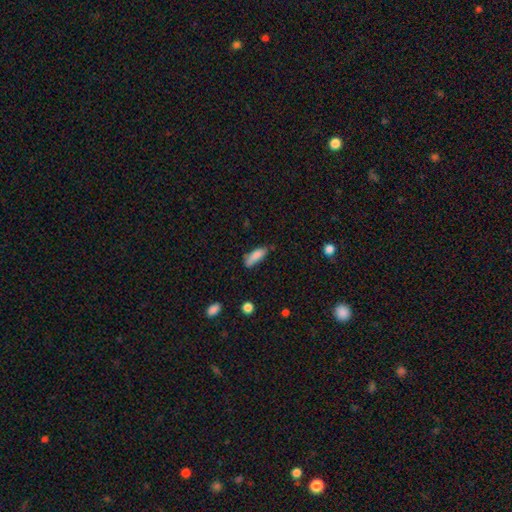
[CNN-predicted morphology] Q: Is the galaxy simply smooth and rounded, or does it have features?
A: smooth — 81%.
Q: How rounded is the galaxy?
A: in between — 59%.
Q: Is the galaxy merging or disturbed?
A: none — 54%.